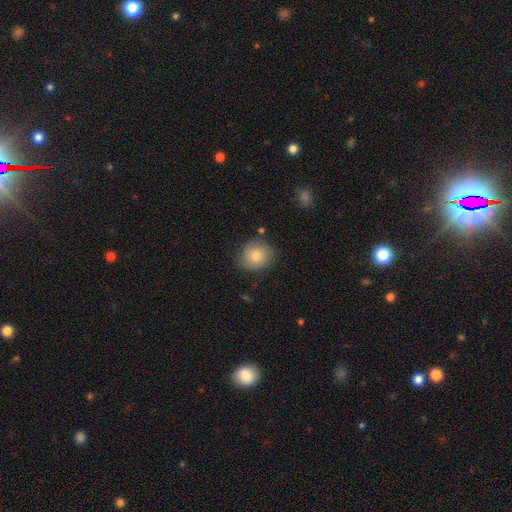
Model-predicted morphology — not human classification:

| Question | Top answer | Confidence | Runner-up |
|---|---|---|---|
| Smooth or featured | smooth | 78% | featured or disk (14%) |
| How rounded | round | 68% | in between (31%) |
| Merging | none | 78% | minor disturbance (16%) |